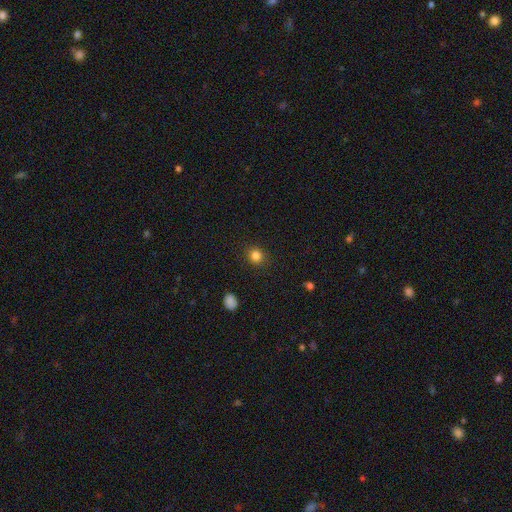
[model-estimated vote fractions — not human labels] Smooth or featured? Predicted: smooth (p=0.84). How rounded? Predicted: round (p=0.86). Merging? Predicted: none (p=0.90).